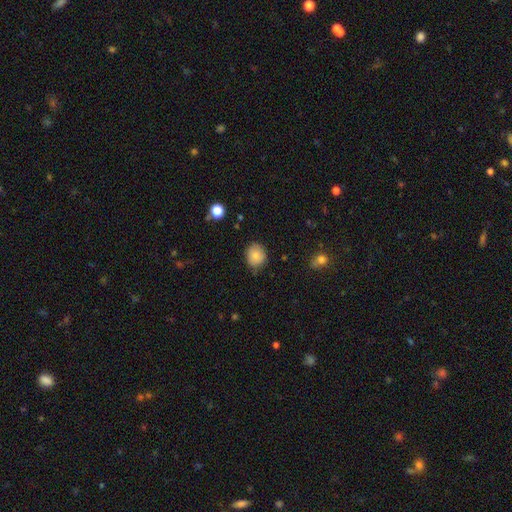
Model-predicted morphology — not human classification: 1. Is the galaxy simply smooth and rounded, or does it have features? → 80% smooth, 11% featured or disk, 9% star or artifact.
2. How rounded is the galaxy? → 71% round, 28% in between, 1% cigar-shaped.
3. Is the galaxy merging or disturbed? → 79% none, 17% minor disturbance, 3% major disturbance, 2% merger.